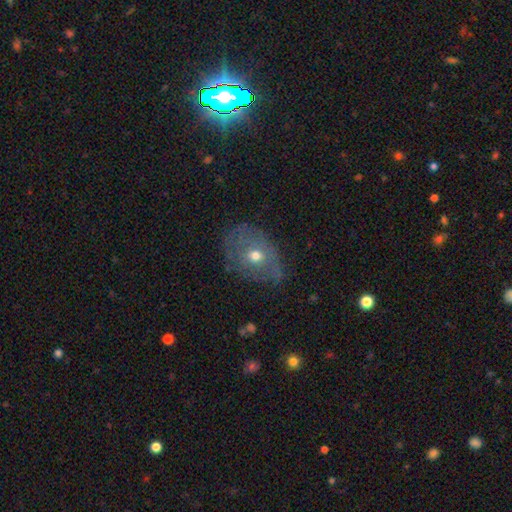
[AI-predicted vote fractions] Morphology: type=smooth (48%); merging=none (65%).